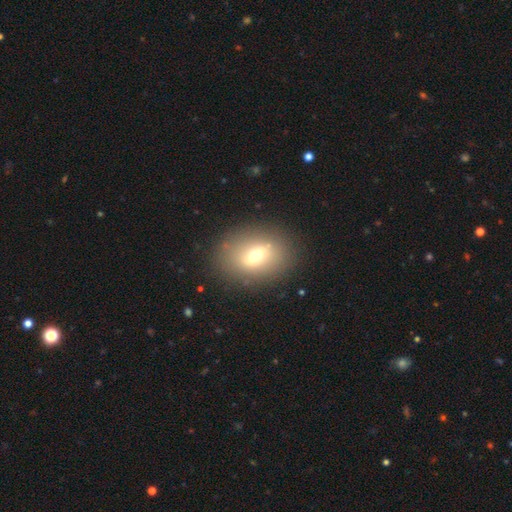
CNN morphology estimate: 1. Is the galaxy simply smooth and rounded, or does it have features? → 57% smooth, 31% featured or disk, 13% star or artifact.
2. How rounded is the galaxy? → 59% in between, 39% round, 2% cigar-shaped.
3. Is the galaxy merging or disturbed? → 84% none, 10% minor disturbance, 4% major disturbance, 2% merger.